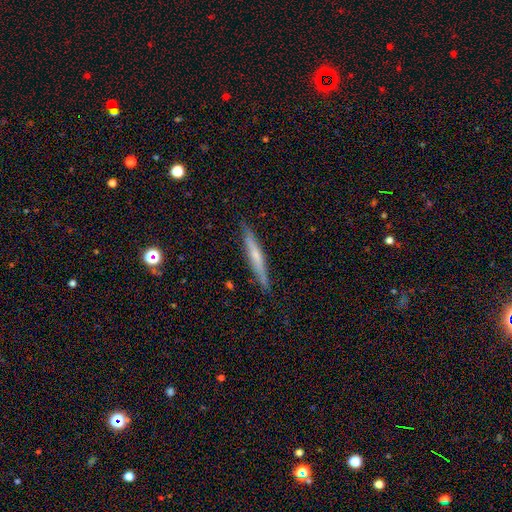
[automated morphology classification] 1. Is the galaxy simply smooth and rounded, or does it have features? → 48% smooth, 46% featured or disk, 6% star or artifact.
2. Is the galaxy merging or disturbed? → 87% none, 10% minor disturbance, 2% major disturbance, 1% merger.